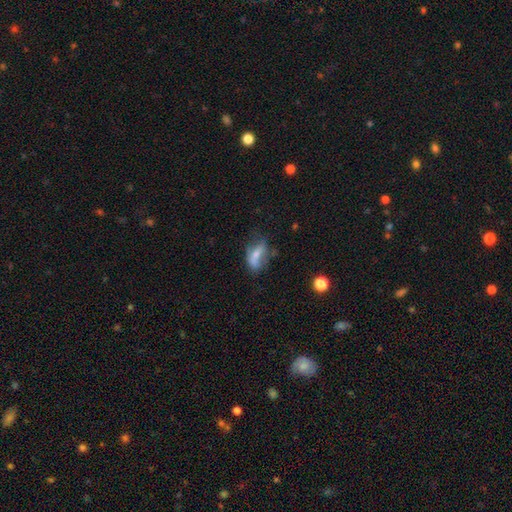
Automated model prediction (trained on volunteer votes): smooth_or_featured: smooth (p=0.54) [alt: featured or disk p=0.36]
how_rounded: in between (p=0.80) [alt: cigar-shaped p=0.12]
merging: none (p=0.43) [alt: minor disturbance p=0.30]